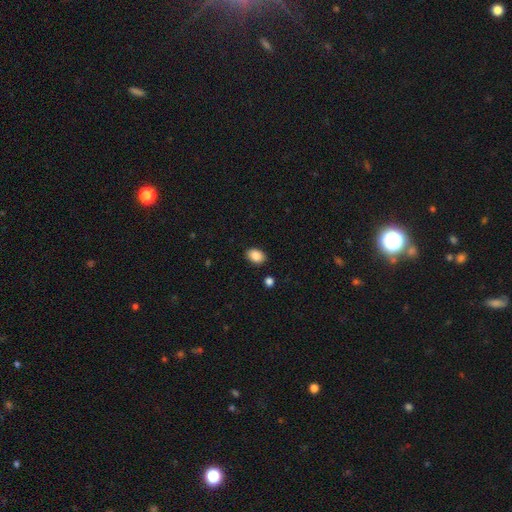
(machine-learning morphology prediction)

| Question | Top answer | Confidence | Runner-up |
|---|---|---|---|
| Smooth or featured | smooth | 88% | star or artifact (8%) |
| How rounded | in between | 82% | round (17%) |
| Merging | none | 88% | minor disturbance (8%) |